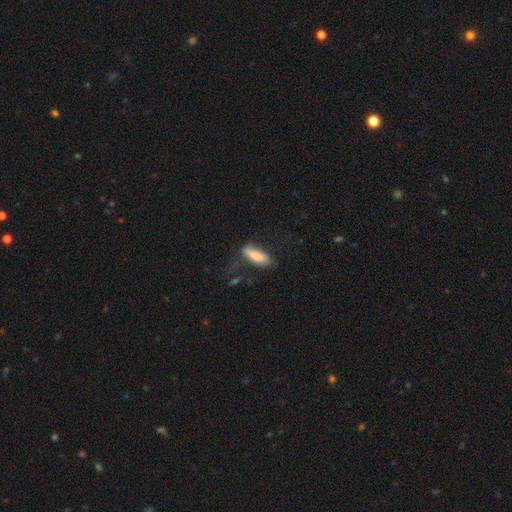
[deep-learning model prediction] Smooth or featured?
  - smooth: 80% *
  - featured or disk: 13%
  - star or artifact: 7%
How rounded?
  - in between: 57% *
  - cigar-shaped: 41%
  - round: 2%
Merging?
  - none: 58% *
  - minor disturbance: 27%
  - major disturbance: 11%
  - merger: 3%